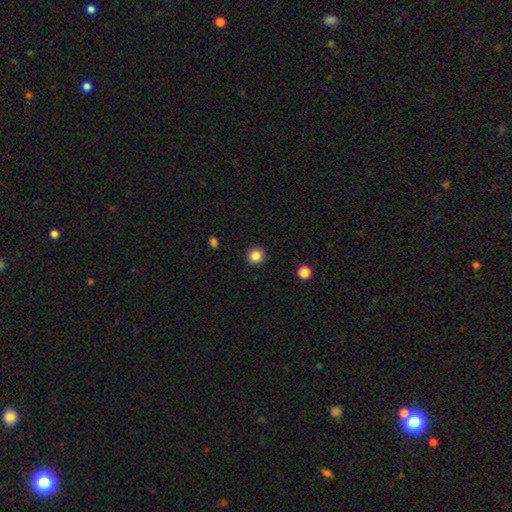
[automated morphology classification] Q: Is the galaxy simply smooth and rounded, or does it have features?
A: smooth — 85%.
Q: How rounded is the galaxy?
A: round — 95%.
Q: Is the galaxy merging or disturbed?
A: none — 92%.